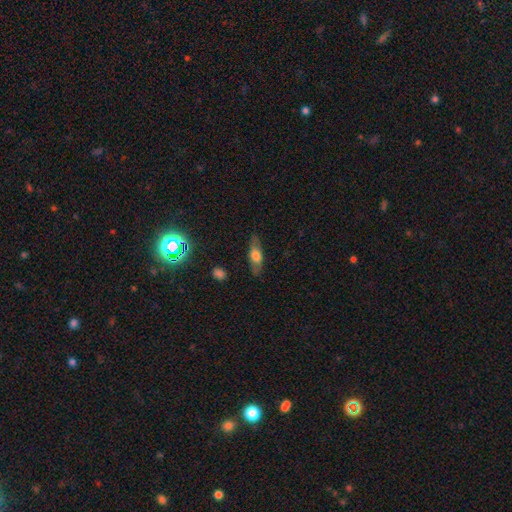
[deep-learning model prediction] smooth_or_featured: smooth (p=0.54) [alt: featured or disk p=0.38]
how_rounded: in between (p=0.54) [alt: cigar-shaped p=0.42]
merging: none (p=0.82) [alt: minor disturbance p=0.13]